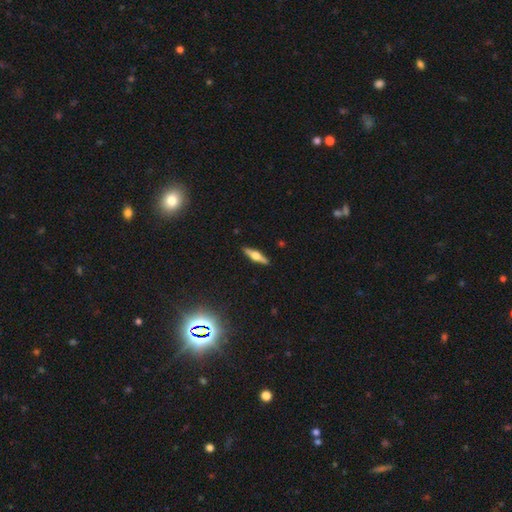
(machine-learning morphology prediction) Smooth or featured? featured or disk (65%)
Edge-on disk? yes (96%)
Edge-on bulge? rounded (93%)
Merging? none (91%)